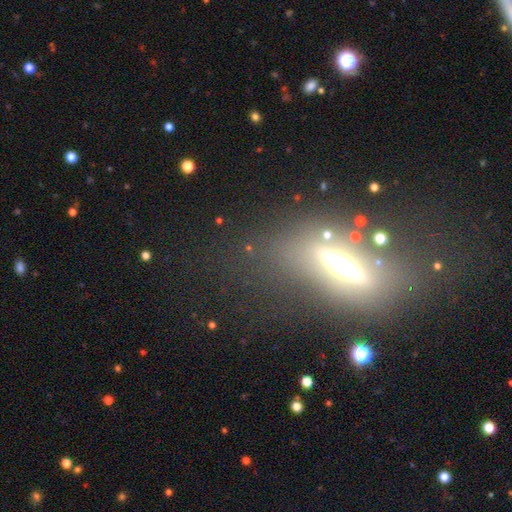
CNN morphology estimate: Smooth or featured: featured or disk — 53% (smooth — 26%)
Edge-on disk: yes — 69% (no — 31%)
Merging: none — 66% (minor disturbance — 16%)